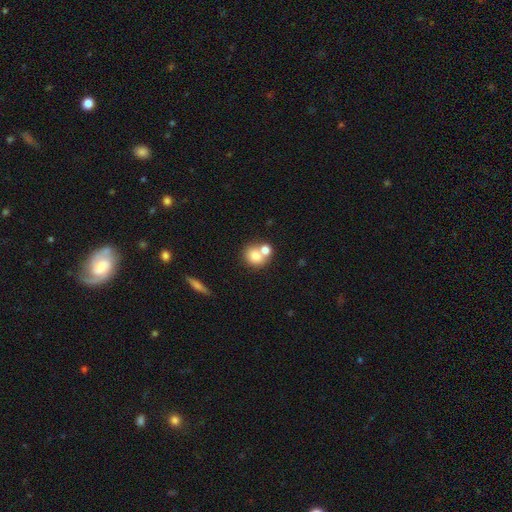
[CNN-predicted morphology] Smooth or featured?
  - smooth: 76% *
  - featured or disk: 14%
  - star or artifact: 10%
How rounded?
  - round: 75% *
  - in between: 24%
  - cigar-shaped: 1%
Merging?
  - merger: 48% *
  - none: 41%
  - minor disturbance: 8%
  - major disturbance: 3%